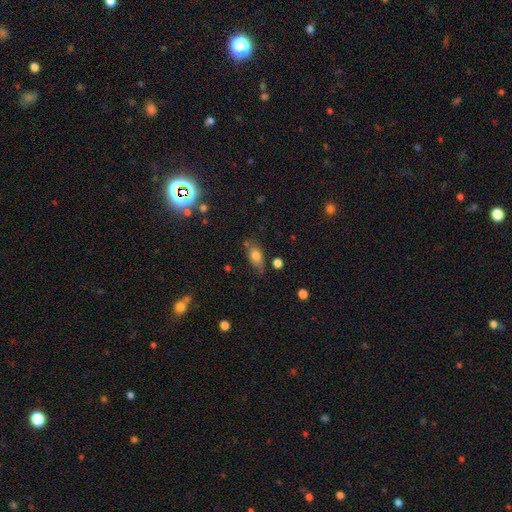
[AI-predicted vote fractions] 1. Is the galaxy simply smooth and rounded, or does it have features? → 75% smooth, 15% featured or disk, 10% star or artifact.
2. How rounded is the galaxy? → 84% in between, 8% round, 8% cigar-shaped.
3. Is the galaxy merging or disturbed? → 67% none, 21% minor disturbance, 6% merger, 5% major disturbance.